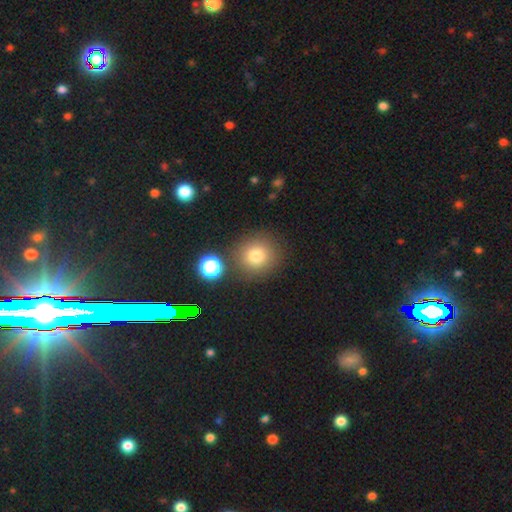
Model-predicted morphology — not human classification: smooth 78%, star or artifact 13%, featured or disk 9%. Down the decision tree: how rounded — round (91%); merging — none (81%).